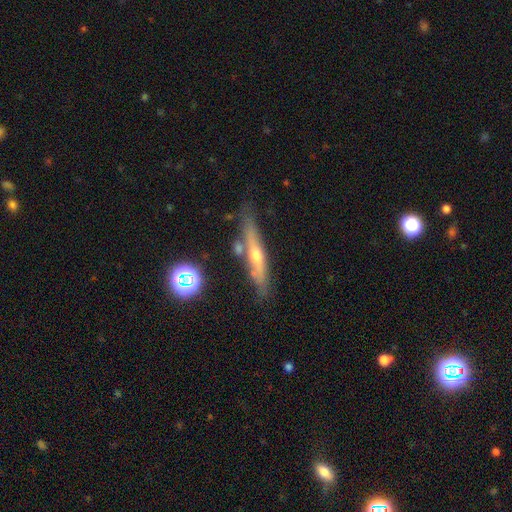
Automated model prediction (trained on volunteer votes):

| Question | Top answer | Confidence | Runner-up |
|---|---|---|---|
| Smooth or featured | featured or disk | 66% | smooth (26%) |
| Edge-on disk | yes | 90% | no (10%) |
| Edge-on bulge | rounded | 78% | none (19%) |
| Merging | none | 78% | minor disturbance (14%) |